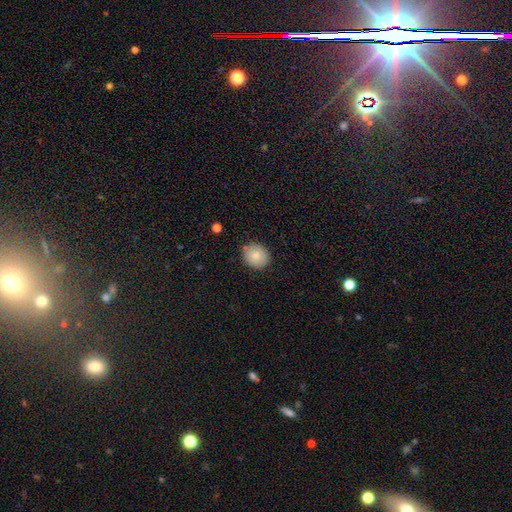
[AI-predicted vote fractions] Smooth or featured?
  - smooth: 83% *
  - featured or disk: 9%
  - star or artifact: 9%
How rounded?
  - round: 75% *
  - in between: 24%
  - cigar-shaped: 1%
Merging?
  - none: 87% *
  - minor disturbance: 9%
  - major disturbance: 2%
  - merger: 2%